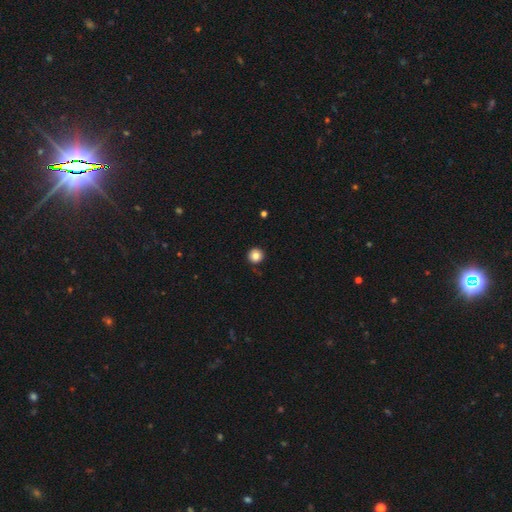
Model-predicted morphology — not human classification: This appears to be a smooth galaxy with no disk features (82%) that is round (95%). Merging: none (91%).